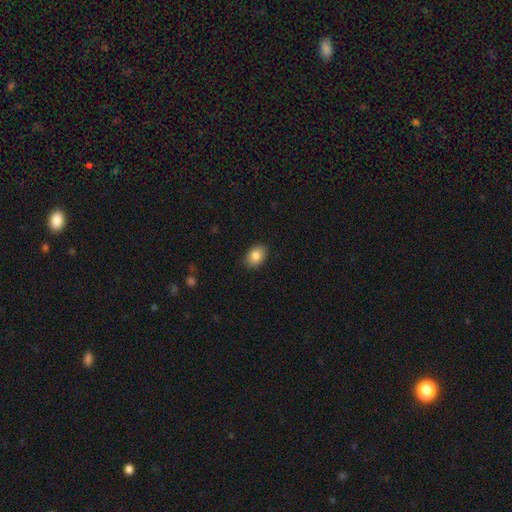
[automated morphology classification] Smooth or featured?
  - smooth: 85% *
  - star or artifact: 8%
  - featured or disk: 7%
How rounded?
  - in between: 77% *
  - round: 22%
  - cigar-shaped: 1%
Merging?
  - none: 88% *
  - minor disturbance: 9%
  - major disturbance: 2%
  - merger: 1%